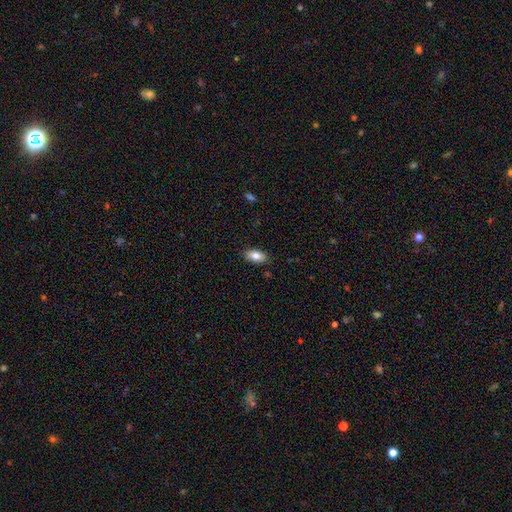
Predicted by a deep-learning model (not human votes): smooth-or-featured: smooth: 84% | featured or disk: 9% | star or artifact: 7%
  how-rounded: in between: 91% | cigar-shaped: 5% | round: 4%
  merging: none: 87% | minor disturbance: 10% | major disturbance: 2% | merger: 1%